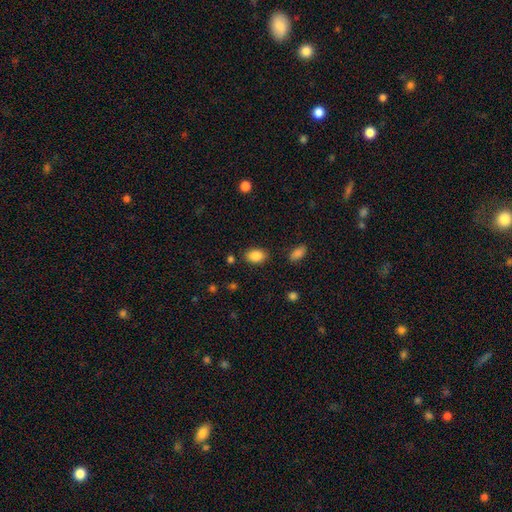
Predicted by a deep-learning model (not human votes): Smooth or featured? smooth (87%)
How rounded? in between (84%)
Merging? none (83%)